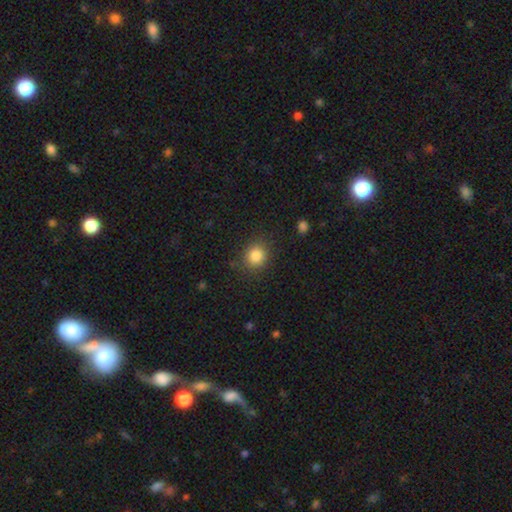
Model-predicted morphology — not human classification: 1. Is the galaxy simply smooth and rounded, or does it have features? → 85% smooth, 11% star or artifact, 5% featured or disk.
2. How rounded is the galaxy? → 82% round, 17% in between, 1% cigar-shaped.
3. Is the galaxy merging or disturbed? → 83% none, 11% minor disturbance, 4% major disturbance, 2% merger.